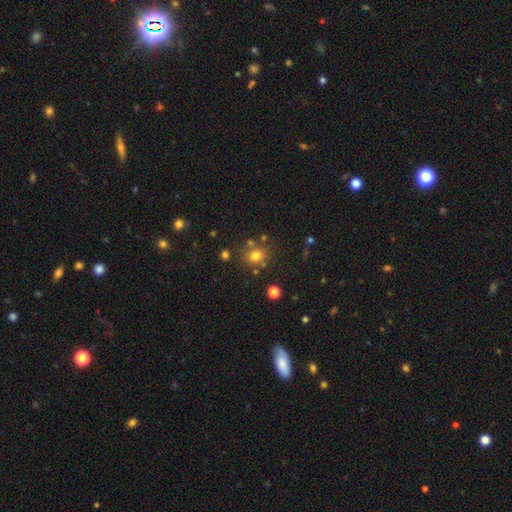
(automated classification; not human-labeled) This is likely a smooth galaxy (74%). How rounded: likely round (76%). Merging: likely none (71%).